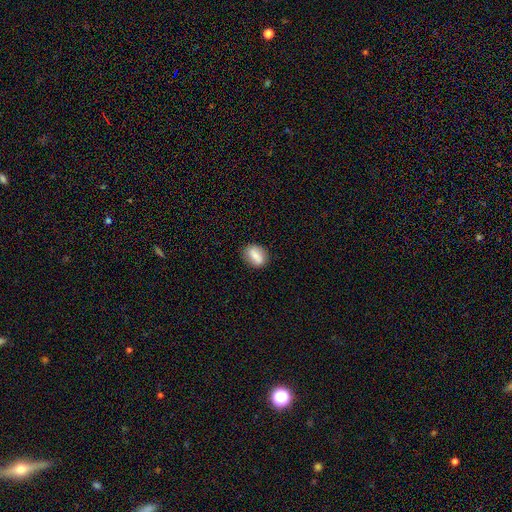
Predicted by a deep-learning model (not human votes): smooth 73%, featured or disk 20%, star or artifact 8%. Down the decision tree: how rounded — in between (70%); merging — none (83%).